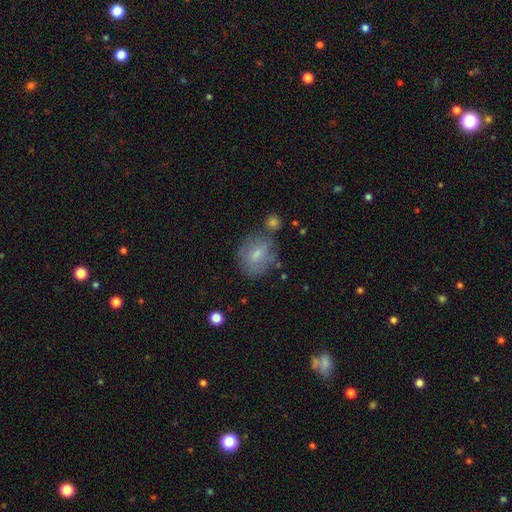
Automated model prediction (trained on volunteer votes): This appears to be a smooth galaxy with no disk features (60%) that is round (55%). Merging: none (62%).